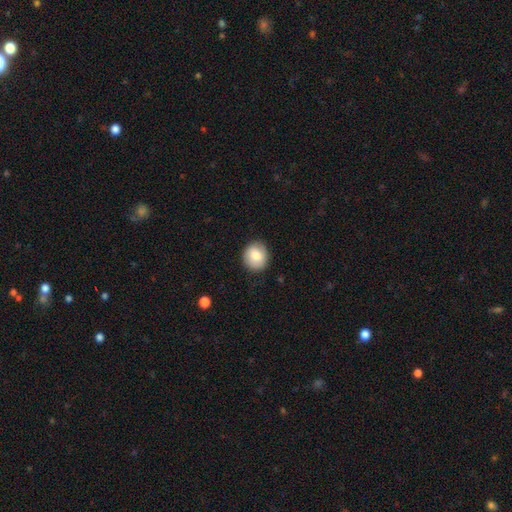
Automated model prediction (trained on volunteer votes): smooth 78%, featured or disk 14%, star or artifact 8%. Down the decision tree: how rounded — round (79%); merging — none (85%).